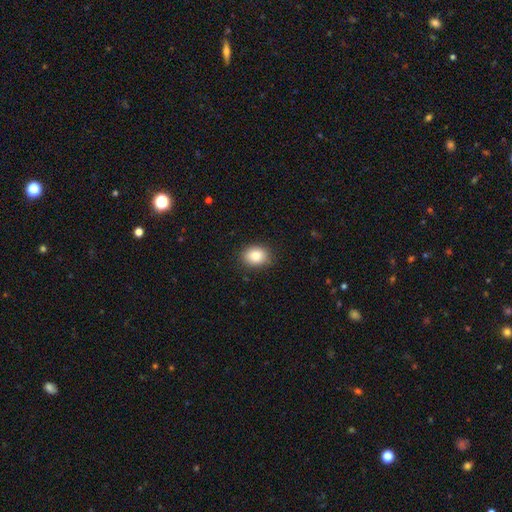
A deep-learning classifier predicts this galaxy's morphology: type=smooth (86%); roundness=in between (59%); merging=none (87%).